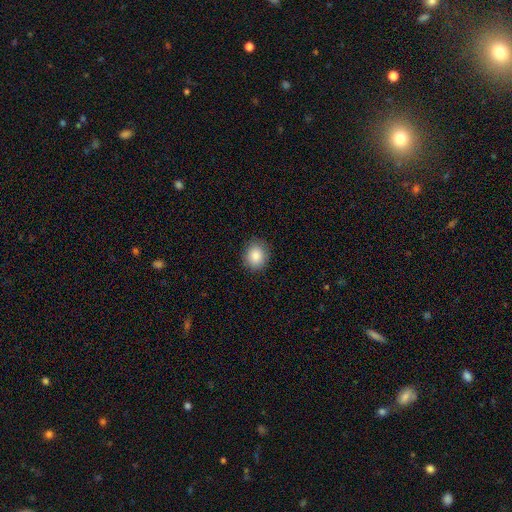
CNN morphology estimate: type=smooth (87%); roundness=round (68%); merging=none (88%).